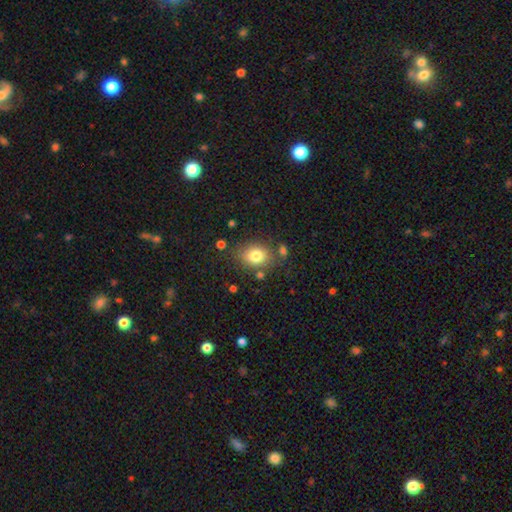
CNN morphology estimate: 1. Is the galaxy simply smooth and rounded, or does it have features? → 80% smooth, 10% featured or disk, 10% star or artifact.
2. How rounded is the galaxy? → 62% in between, 36% round, 1% cigar-shaped.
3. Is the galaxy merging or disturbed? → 75% none, 14% minor disturbance, 7% merger, 4% major disturbance.